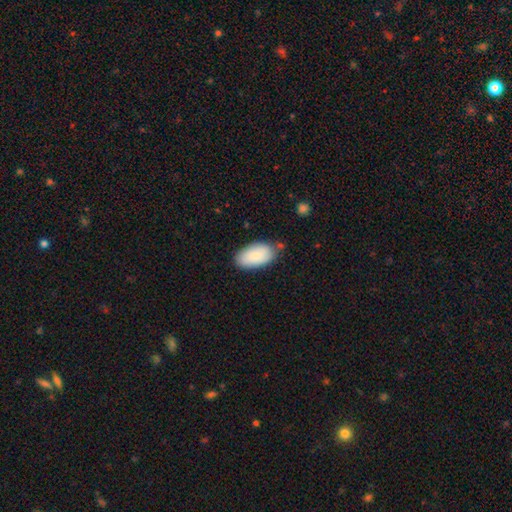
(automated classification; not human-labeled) Smooth or featured? smooth (87%)
How rounded? in between (95%)
Merging? none (75%)